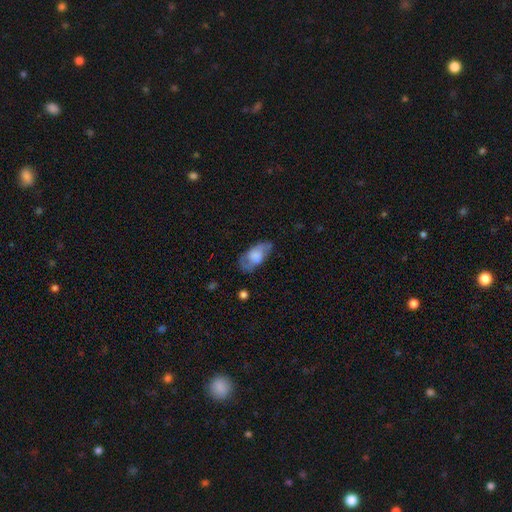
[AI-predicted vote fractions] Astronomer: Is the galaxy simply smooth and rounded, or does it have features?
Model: smooth — 59%.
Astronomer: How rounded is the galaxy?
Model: in between — 91%.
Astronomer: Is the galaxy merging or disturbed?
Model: none — 58%.